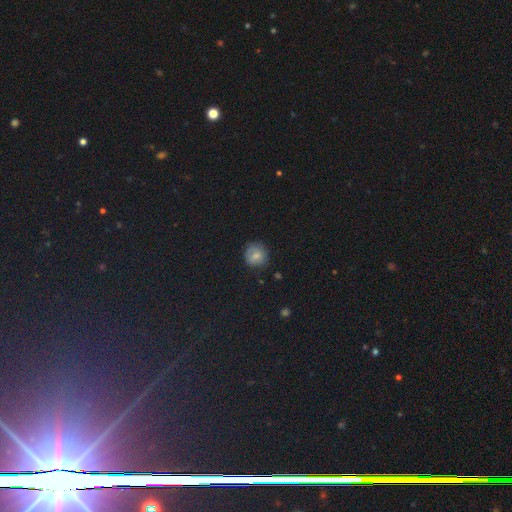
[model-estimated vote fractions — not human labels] The model was most divided on "merging": none: 75%, minor disturbance: 19%, major disturbance: 5%, merger: 2%. More confident: how rounded — round (87%); smooth or featured — smooth (74%).